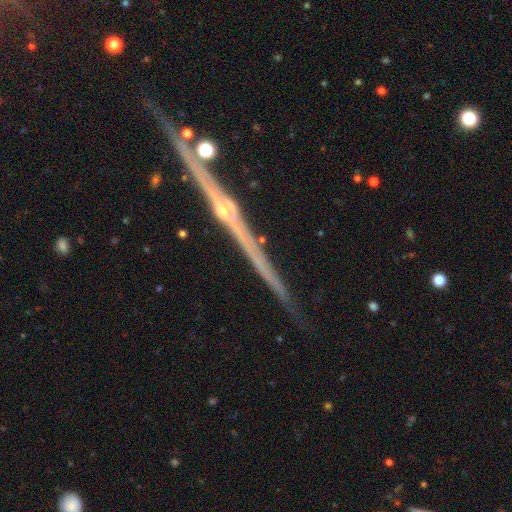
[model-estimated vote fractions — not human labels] Morphology: type=featured or disk (88%); edge-on=yes (98%); edge-on bulge=rounded (72%); merging=none (85%).